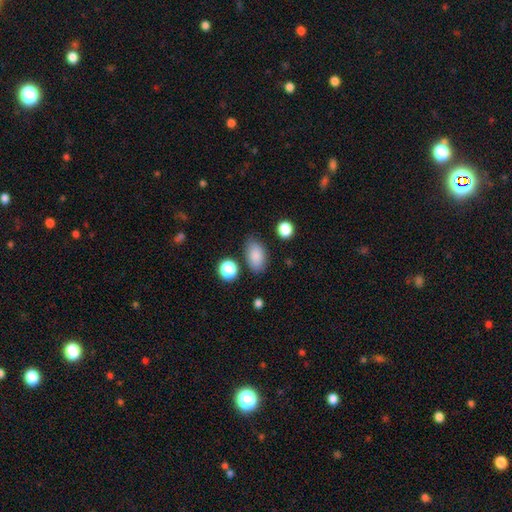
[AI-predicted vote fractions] A smooth galaxy with no disk features (85%) that is in between round and cigar-shaped (90%).

Vote fractions:
- Smooth or featured? smooth: 85% / star or artifact: 8% / featured or disk: 6%
- How rounded? in between: 90% / round: 8% / cigar-shaped: 2%
- Merging? none: 78% / minor disturbance: 14% / major disturbance: 4% / merger: 4%